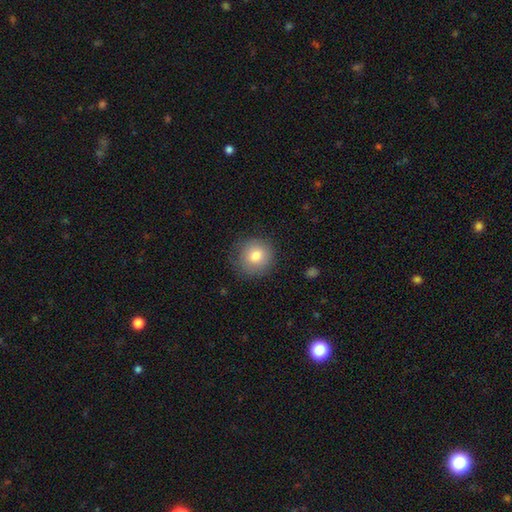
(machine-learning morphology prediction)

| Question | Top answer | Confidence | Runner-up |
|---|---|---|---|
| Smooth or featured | smooth | 80% | featured or disk (11%) |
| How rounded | round | 91% | in between (8%) |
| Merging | none | 81% | minor disturbance (13%) |